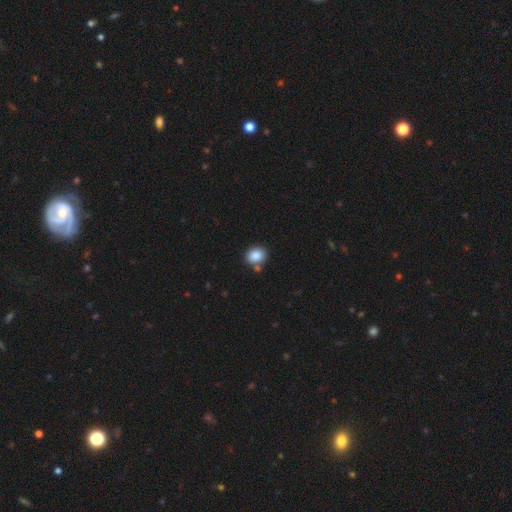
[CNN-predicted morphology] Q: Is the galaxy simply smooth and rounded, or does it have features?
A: smooth — 87%.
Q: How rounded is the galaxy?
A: round — 59%.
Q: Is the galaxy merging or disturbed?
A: none — 72%.